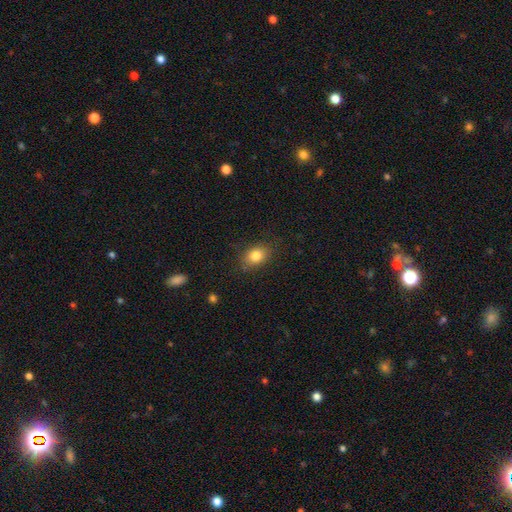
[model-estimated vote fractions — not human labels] Overall: smooth (82%). How rounded: in between (66%; round 32%). Merging: none (83%).